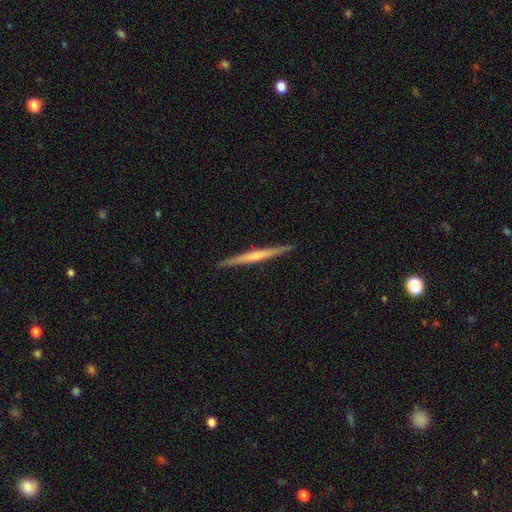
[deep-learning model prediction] Smooth or featured? featured or disk (62%)
Edge-on disk? yes (98%)
Edge-on bulge? none (50%)
Merging? none (92%)